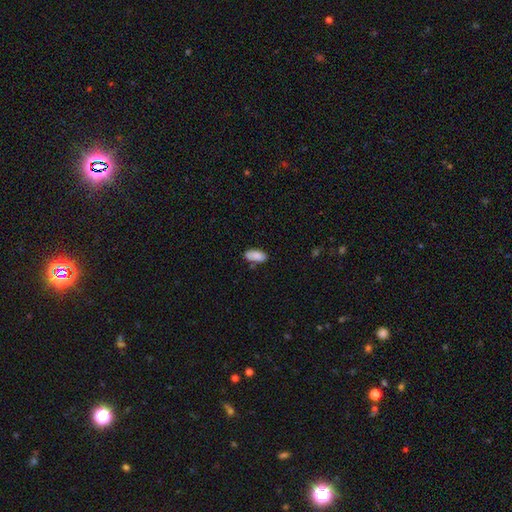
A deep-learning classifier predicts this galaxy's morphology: A smooth galaxy with no disk features (88%) that is in between round and cigar-shaped (88%).

Vote fractions:
- Smooth or featured? smooth: 88% / star or artifact: 7% / featured or disk: 5%
- How rounded? in between: 88% / cigar-shaped: 9% / round: 2%
- Merging? none: 76% / minor disturbance: 16% / merger: 5% / major disturbance: 3%